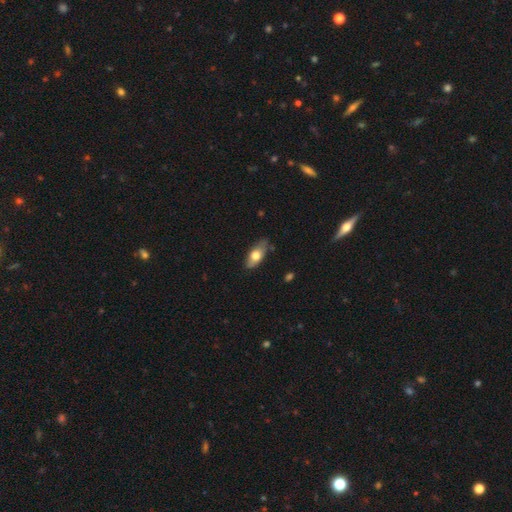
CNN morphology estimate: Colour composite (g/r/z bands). It shows a smooth galaxy with no disk features (65%) that is in between round and cigar-shaped (81%). Merging: none (74%).